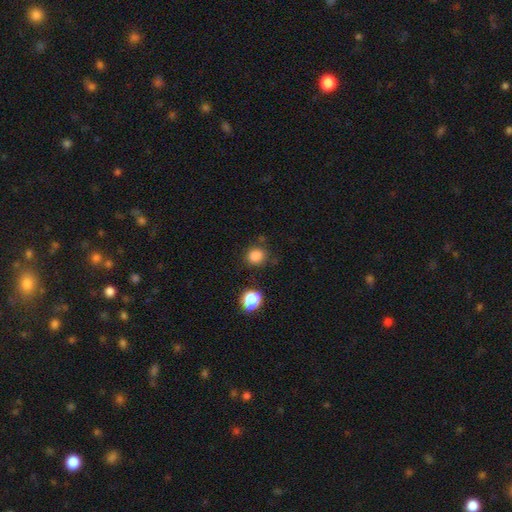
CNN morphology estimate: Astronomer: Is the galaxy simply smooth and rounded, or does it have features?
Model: smooth — 83%.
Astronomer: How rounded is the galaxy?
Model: round — 81%.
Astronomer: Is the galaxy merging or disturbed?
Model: none — 81%.